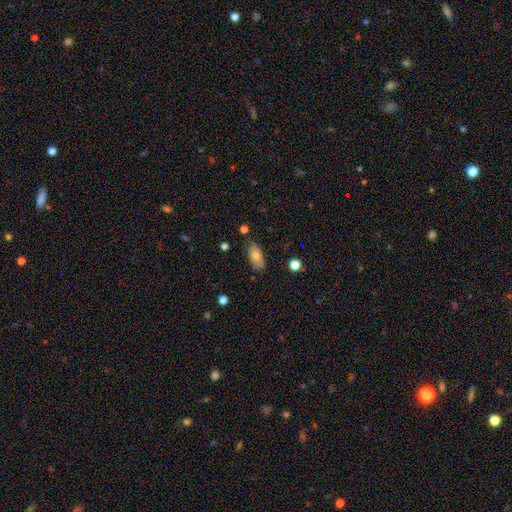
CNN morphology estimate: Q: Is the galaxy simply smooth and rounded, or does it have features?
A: smooth — 74%.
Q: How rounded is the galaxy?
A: in between — 89%.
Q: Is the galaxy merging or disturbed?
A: none — 73%.